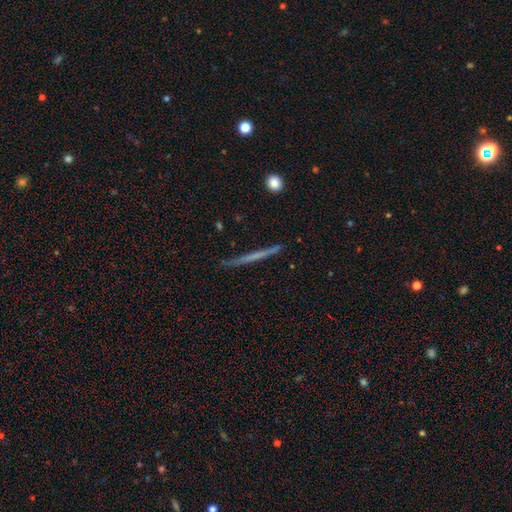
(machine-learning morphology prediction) Overall: featured or disk (50%; smooth 43%). Edge-on disk: yes (97%). Merging: none (88%).